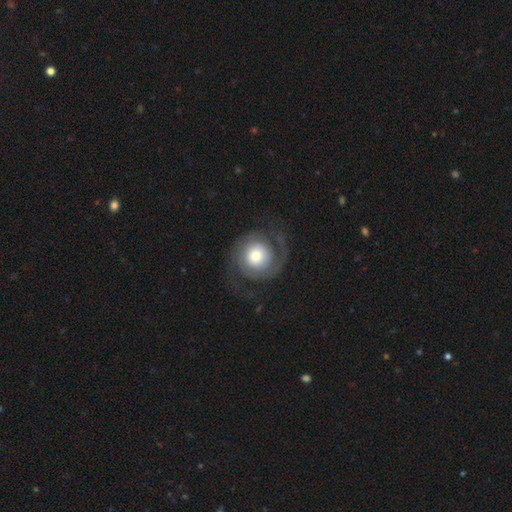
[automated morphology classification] The model was most divided on "spiral winding": tight: 40%, medium: 38%, loose: 23%. Remaining: edge-on disk — no (98%); spiral arms — yes (88%); spiral arm count — 2 (81%); bar — no (79%); smooth or featured — featured or disk (69%); merging — none (69%); bulge size — moderate (49%).